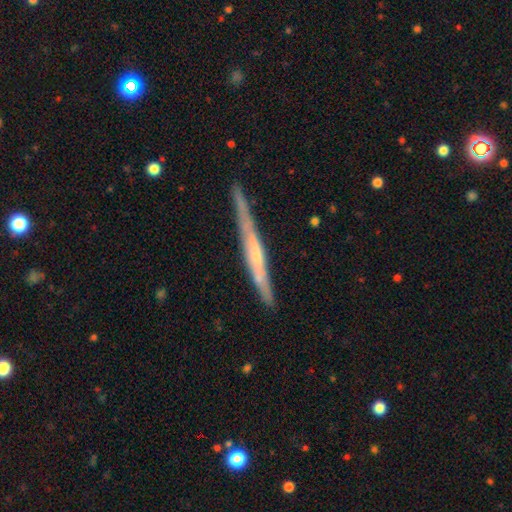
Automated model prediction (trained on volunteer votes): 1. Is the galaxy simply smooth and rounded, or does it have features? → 68% featured or disk, 26% smooth, 6% star or artifact.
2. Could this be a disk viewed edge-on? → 95% yes, 5% no.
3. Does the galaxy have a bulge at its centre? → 56% none, 31% rounded, 12% boxy.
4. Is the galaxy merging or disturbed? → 81% none, 15% minor disturbance, 2% major disturbance, 2% merger.